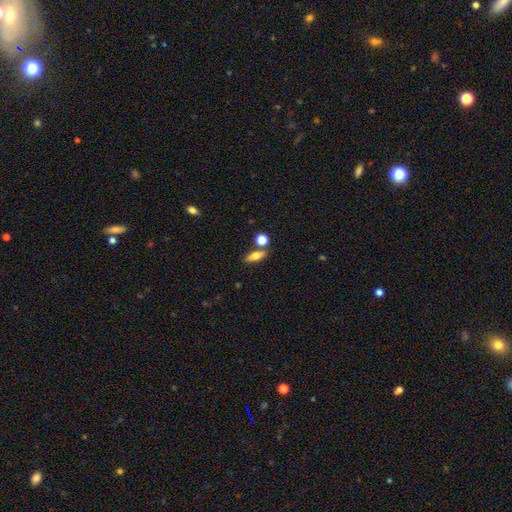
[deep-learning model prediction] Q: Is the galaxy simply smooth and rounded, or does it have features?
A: smooth — 71%.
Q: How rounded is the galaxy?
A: in between — 63%.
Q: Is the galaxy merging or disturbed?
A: none — 71%.